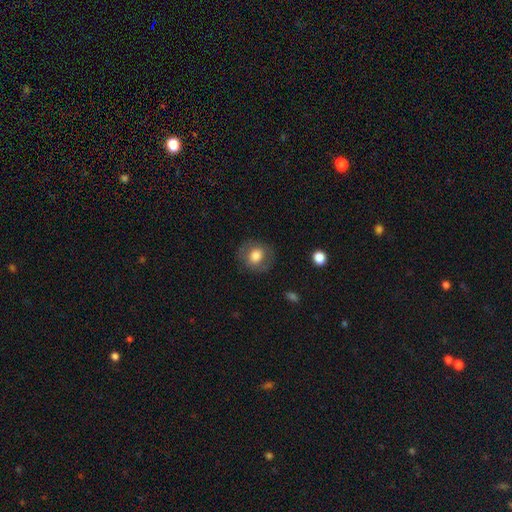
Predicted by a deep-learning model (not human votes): smooth_or_featured: smooth (p=0.69) [alt: featured or disk p=0.23]
how_rounded: round (p=0.77) [alt: in between p=0.22]
merging: none (p=0.80) [alt: minor disturbance p=0.13]